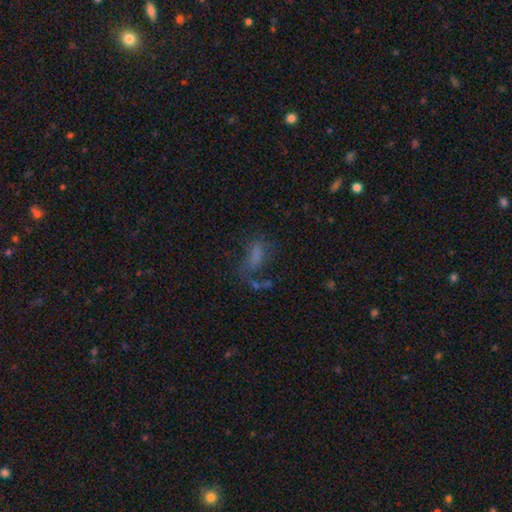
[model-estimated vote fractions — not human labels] Smooth or featured: smooth — 58% (featured or disk — 22%)
How rounded: in between — 75% (cigar-shaped — 19%)
Merging: none — 37% (major disturbance — 32%)